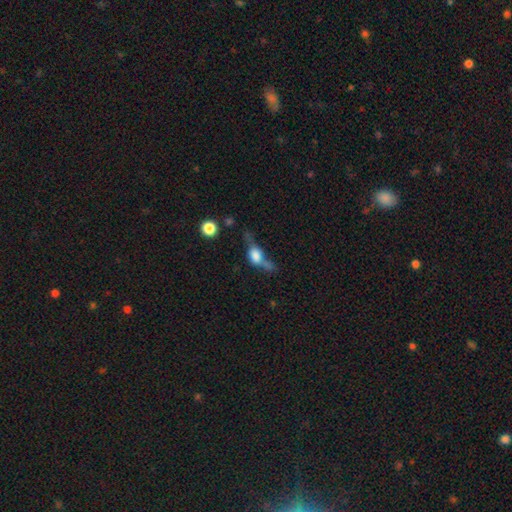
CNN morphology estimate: A smooth galaxy with no disk features (50%). Merging: major disturbance (32%).